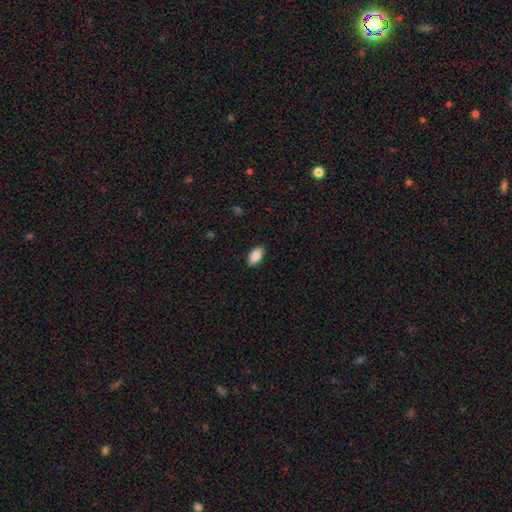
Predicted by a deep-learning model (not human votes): This is clearly a smooth galaxy (89%). How rounded: clearly in between (94%). Merging: clearly none (88%).